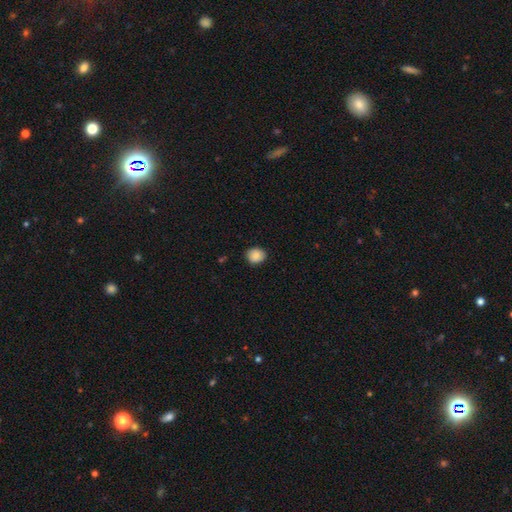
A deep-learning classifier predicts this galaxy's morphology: Smooth or featured: smooth — 88% (star or artifact — 8%)
How rounded: round — 67% (in between — 32%)
Merging: none — 86% (minor disturbance — 11%)